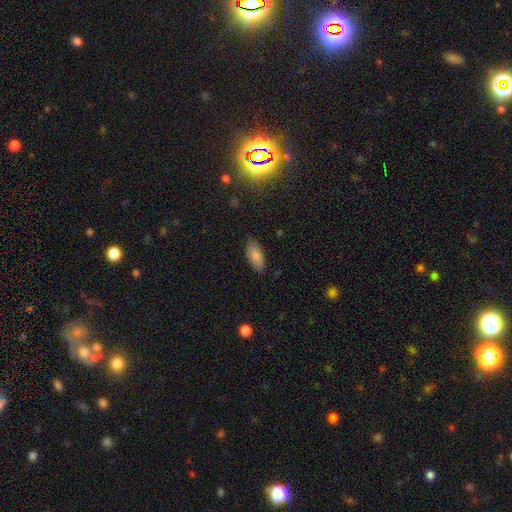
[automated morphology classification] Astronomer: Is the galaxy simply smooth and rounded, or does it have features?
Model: smooth — 83%.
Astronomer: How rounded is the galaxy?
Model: in between — 89%.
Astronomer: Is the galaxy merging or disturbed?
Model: none — 82%.